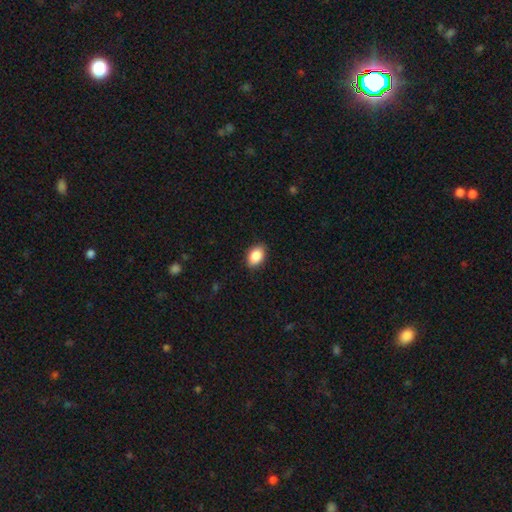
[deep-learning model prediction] Morphology: type=smooth (88%); roundness=in between (86%); merging=none (85%).